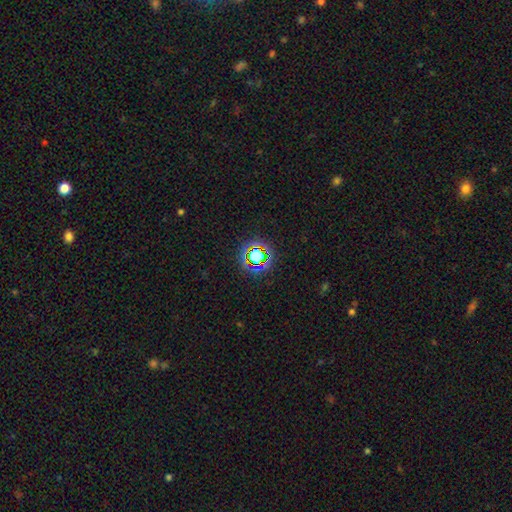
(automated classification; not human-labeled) star or artifact 65%, smooth 23%, featured or disk 12%.